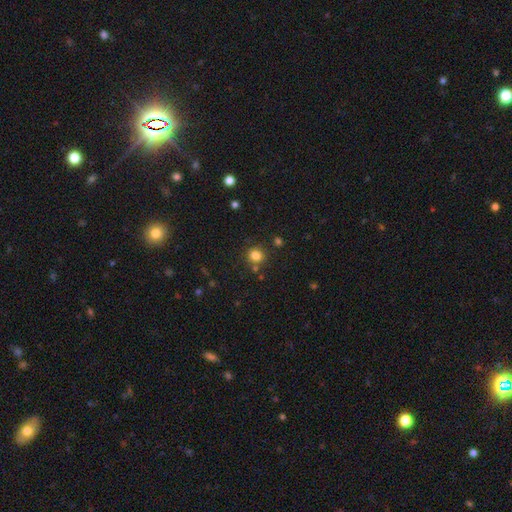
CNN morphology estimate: Smooth or featured: smooth — 81% (star or artifact — 14%)
How rounded: round — 89% (in between — 10%)
Merging: none — 79% (minor disturbance — 9%)